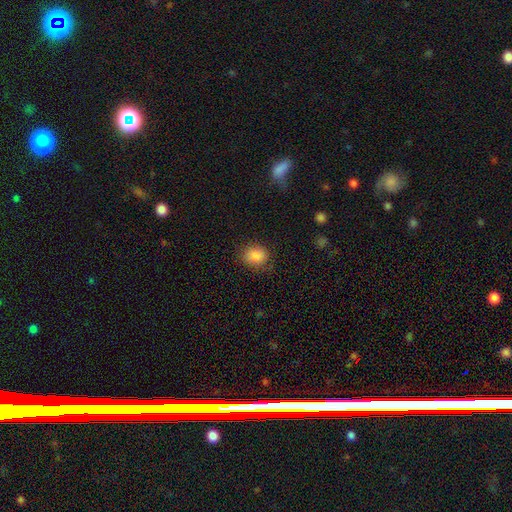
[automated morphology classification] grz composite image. It shows a smooth galaxy with no disk features (87%) that is round (52%). Merging: none (79%).